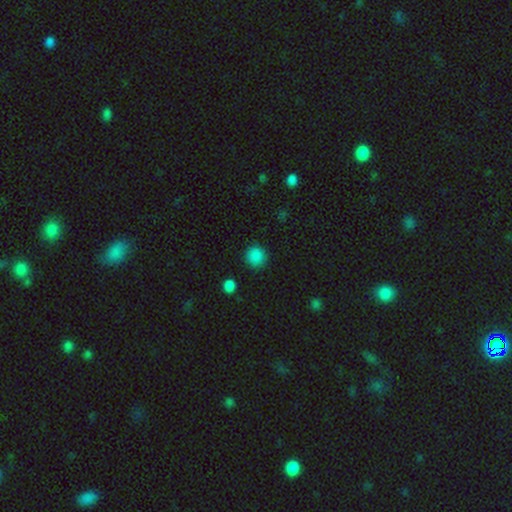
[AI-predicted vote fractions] Smooth or featured? Predicted: smooth (p=0.86). How rounded? Predicted: round (p=0.92). Merging? Predicted: none (p=0.90).